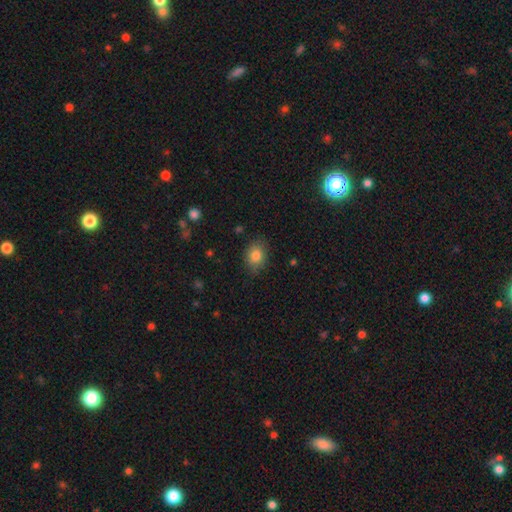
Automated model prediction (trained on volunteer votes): Smooth or featured: smooth — 83% (star or artifact — 10%)
How rounded: in between — 60% (round — 39%)
Merging: none — 81% (minor disturbance — 14%)